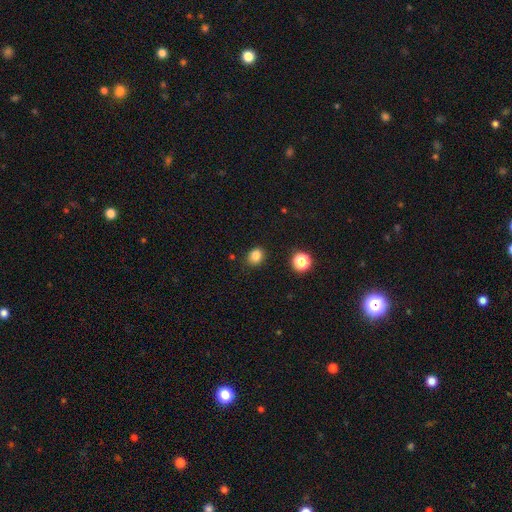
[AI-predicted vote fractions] Smooth or featured: smooth — 83% (star or artifact — 12%)
How rounded: round — 60% (in between — 39%)
Merging: none — 81% (minor disturbance — 14%)